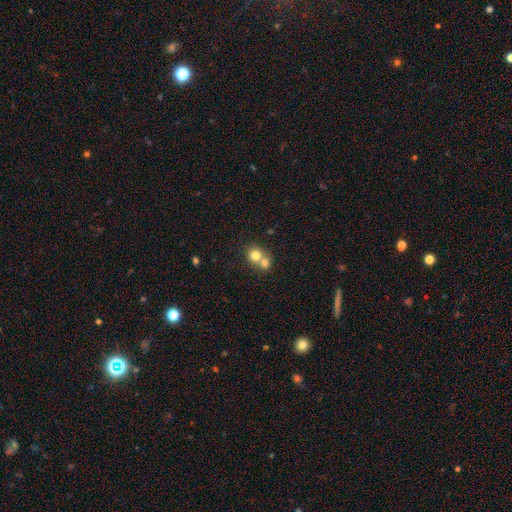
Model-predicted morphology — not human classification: Smooth or featured? smooth (76%)
How rounded? round (82%)
Merging? merger (59%)